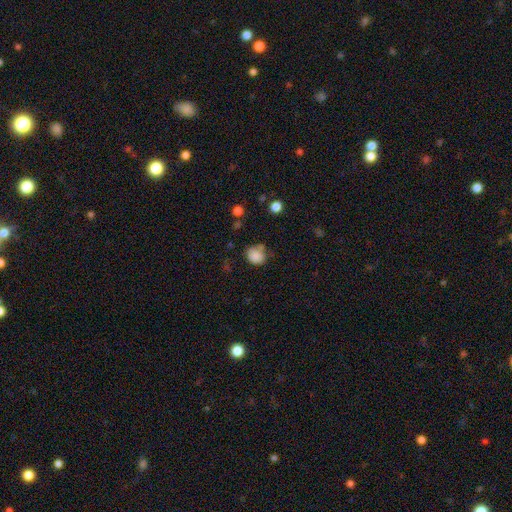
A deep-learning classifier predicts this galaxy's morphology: Overall: smooth (84%). How rounded: round (74%). Merging: none (64%).